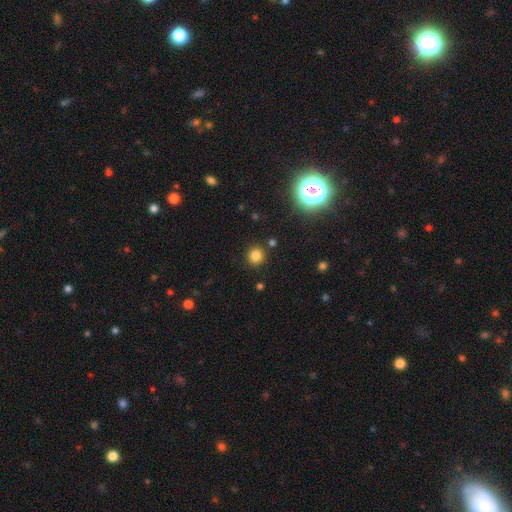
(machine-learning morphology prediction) Smooth or featured? Predicted: smooth (p=0.81). How rounded? Predicted: round (p=0.93). Merging? Predicted: none (p=0.89).